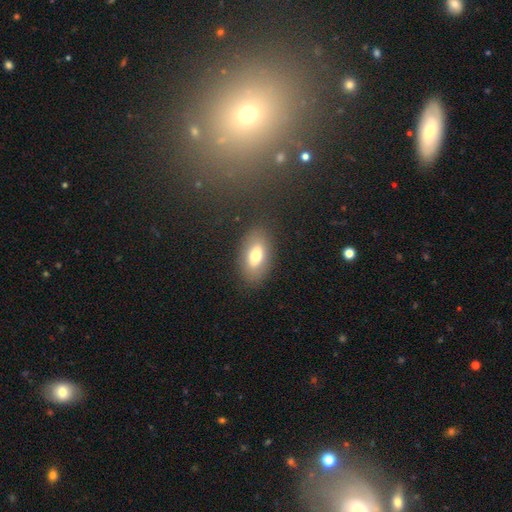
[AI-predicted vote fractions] Smooth or featured? smooth (69%)
How rounded? in between (89%)
Merging? none (84%)